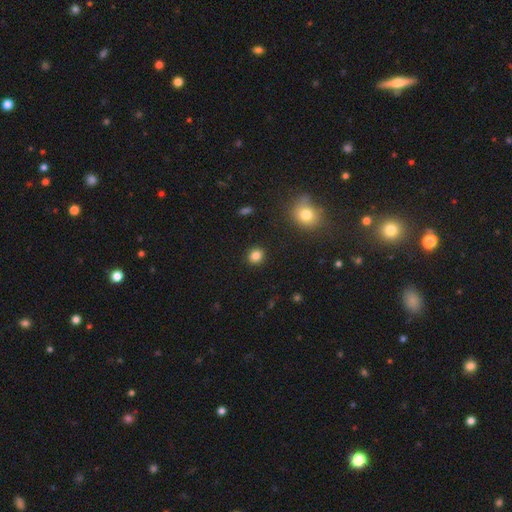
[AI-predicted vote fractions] This appears to be a smooth galaxy with no disk features (84%) that is round (78%). Merging: none (90%).